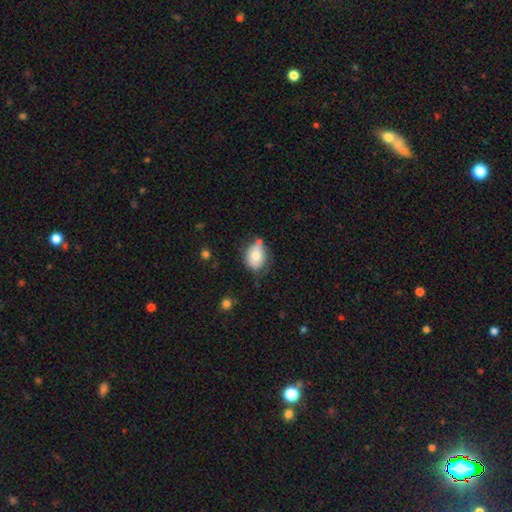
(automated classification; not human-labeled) This appears to be a smooth galaxy with no disk features (73%) that is in between round and cigar-shaped (64%). Merging: none (60%).